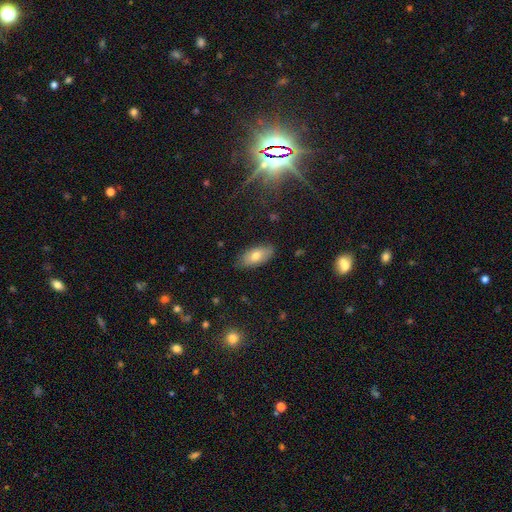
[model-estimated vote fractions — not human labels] Morphology: type=smooth (73%); roundness=in between (90%); merging=none (84%).